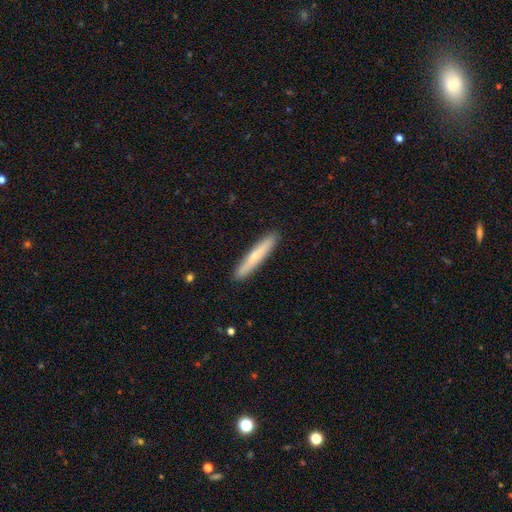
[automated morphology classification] smooth-or-featured: smooth: 62% | featured or disk: 33% | star or artifact: 5%
  how-rounded: cigar-shaped: 94% | in between: 4% | round: 1%
  merging: none: 91% | minor disturbance: 6% | major disturbance: 1% | merger: 1%